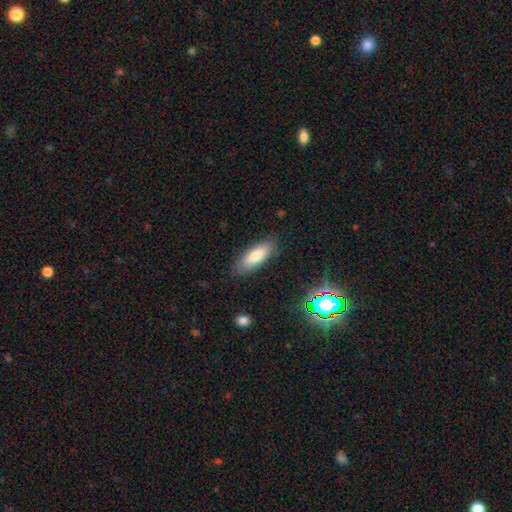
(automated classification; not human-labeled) Smooth or featured?
  - smooth: 78% *
  - featured or disk: 14%
  - star or artifact: 8%
How rounded?
  - in between: 64% *
  - cigar-shaped: 34%
  - round: 2%
Merging?
  - none: 84% *
  - minor disturbance: 12%
  - major disturbance: 3%
  - merger: 1%